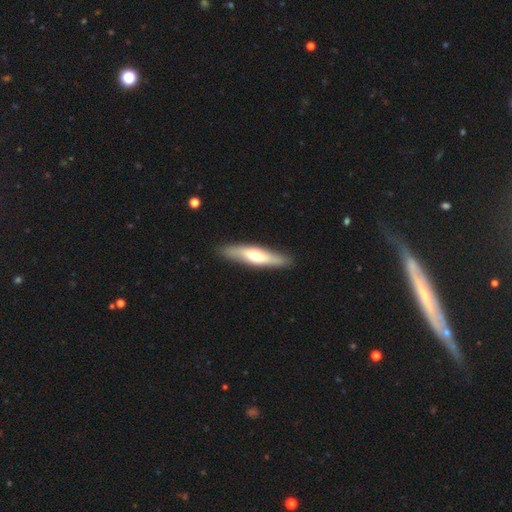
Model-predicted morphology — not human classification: Q: Smooth or featured?
A: smooth (50%); runner-up: featured or disk (45%)
Q: Merging?
A: none (88%); runner-up: minor disturbance (9%)